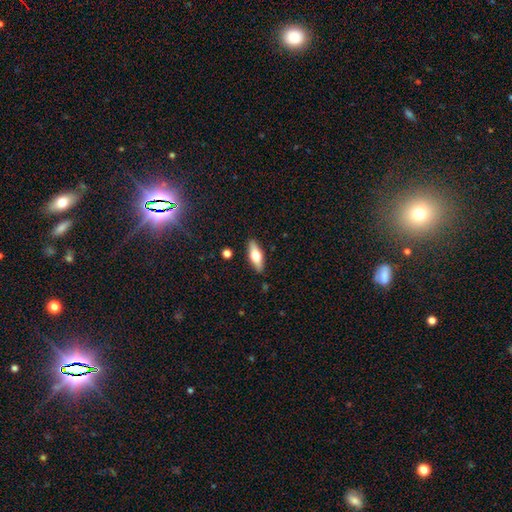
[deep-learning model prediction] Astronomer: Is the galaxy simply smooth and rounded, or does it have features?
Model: smooth — 56% (runner-up: featured or disk, 38%).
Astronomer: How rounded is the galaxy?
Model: in between — 60% (runner-up: cigar-shaped, 37%).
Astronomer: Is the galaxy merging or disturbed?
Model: none — 88%.